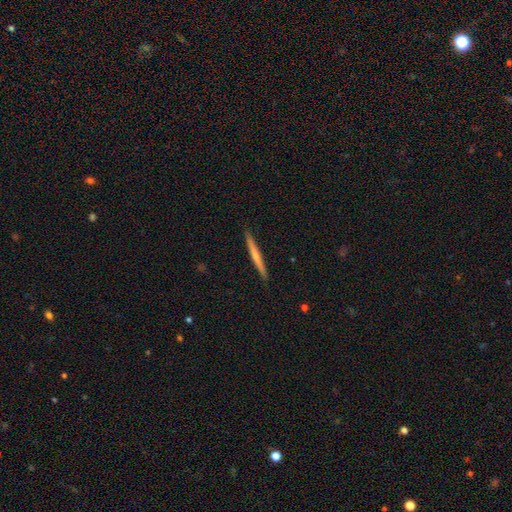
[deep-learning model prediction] Overall: featured or disk (53%; smooth 41%). Edge-on disk: yes (98%). Edge-on bulge: rounded (49%; none 46%). Merging: none (91%).